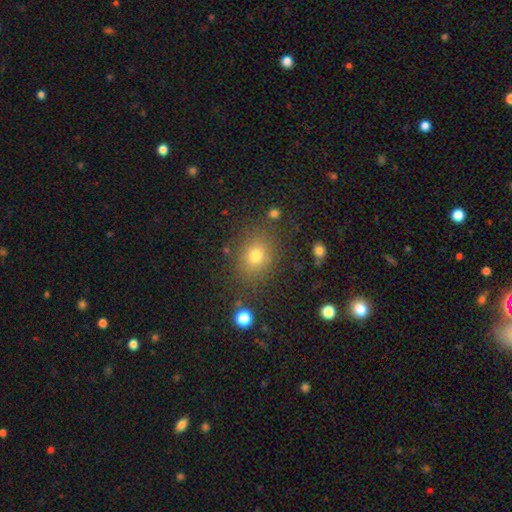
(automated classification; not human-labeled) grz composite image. It shows a smooth galaxy with no disk features (74%) that is round (60%). Merging: none (82%).